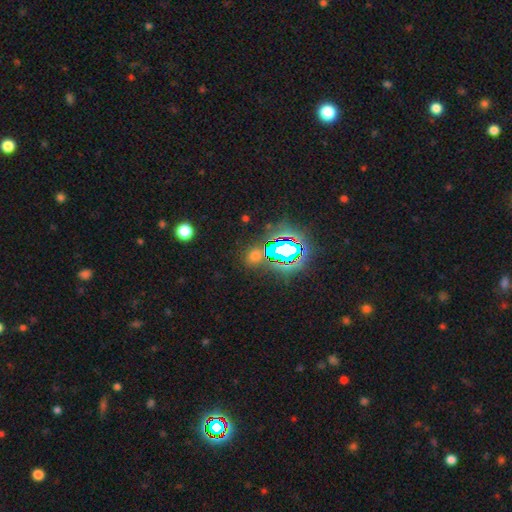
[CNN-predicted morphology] Smooth or featured?
  - star or artifact: 54% *
  - smooth: 38%
  - featured or disk: 8%